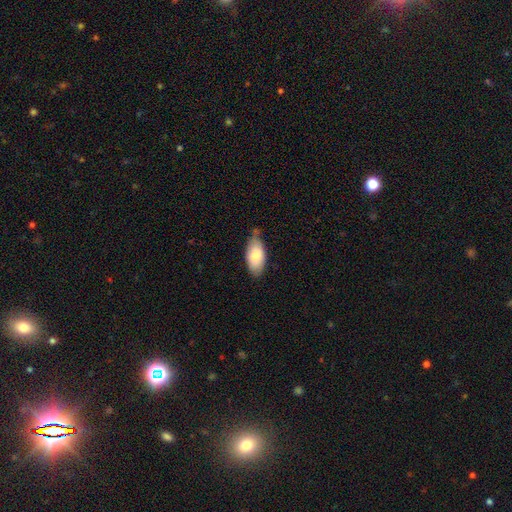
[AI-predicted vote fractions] Smooth or featured: smooth — 79% (featured or disk — 15%)
How rounded: in between — 93% (cigar-shaped — 5%)
Merging: none — 57% (minor disturbance — 34%)